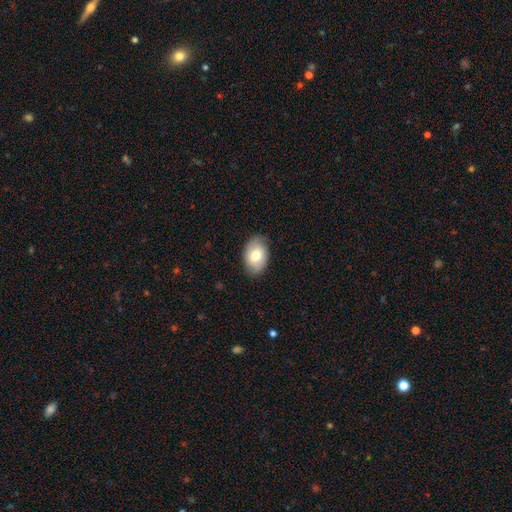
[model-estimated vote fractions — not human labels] Q: Smooth or featured?
A: smooth (72%); runner-up: featured or disk (21%)
Q: How rounded?
A: in between (86%); runner-up: round (13%)
Q: Merging?
A: none (80%); runner-up: minor disturbance (16%)